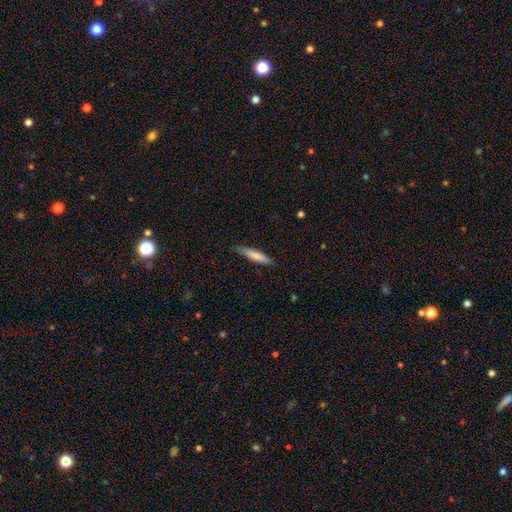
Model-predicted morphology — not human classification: A smooth galaxy with no disk features (77%) that is cigar-shaped (88%). Merging: none (83%).